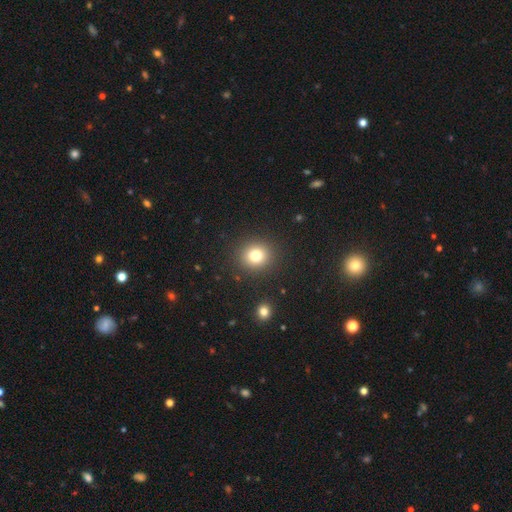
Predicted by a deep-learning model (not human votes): A smooth galaxy with no disk features (78%) that is round (85%).

Vote fractions:
- Smooth or featured? smooth: 78% / star or artifact: 14% / featured or disk: 8%
- How rounded? round: 85% / in between: 14% / cigar-shaped: 1%
- Merging? none: 90% / minor disturbance: 6% / major disturbance: 3% / merger: 2%